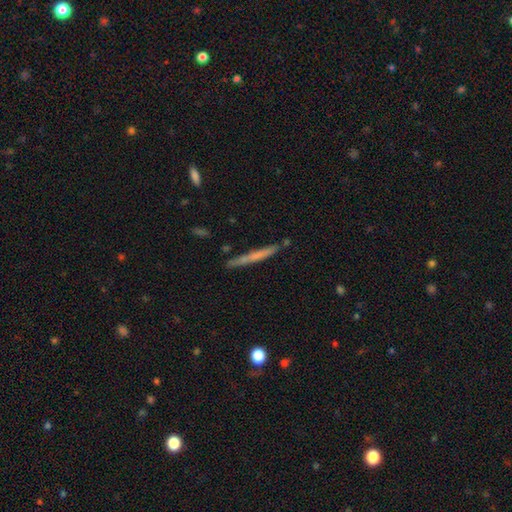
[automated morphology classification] A smooth galaxy with no disk features (52%) that is cigar-shaped (96%). Merging: none (86%).